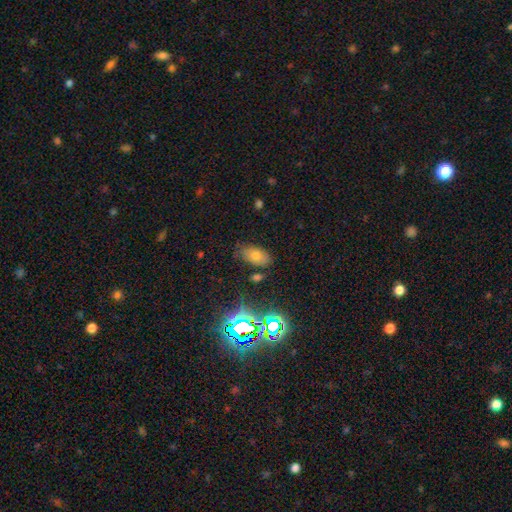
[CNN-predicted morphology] A smooth galaxy with no disk features (61%) that is in between round and cigar-shaped (90%).

Vote fractions:
- Smooth or featured? smooth: 61% / star or artifact: 24% / featured or disk: 15%
- How rounded? in between: 90% / round: 7% / cigar-shaped: 3%
- Merging? none: 76% / minor disturbance: 15% / major disturbance: 4% / merger: 4%